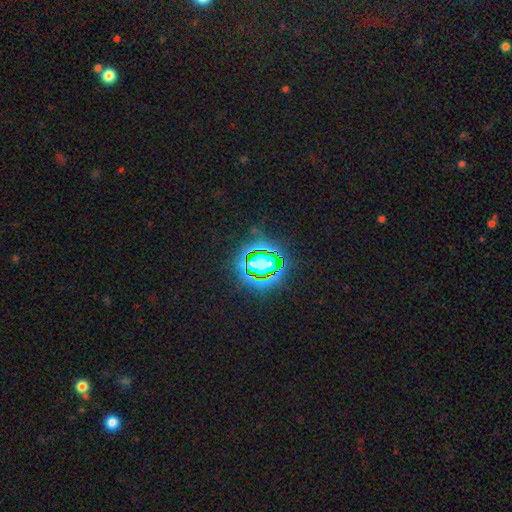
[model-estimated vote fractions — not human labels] Smooth or featured? star or artifact (80%)